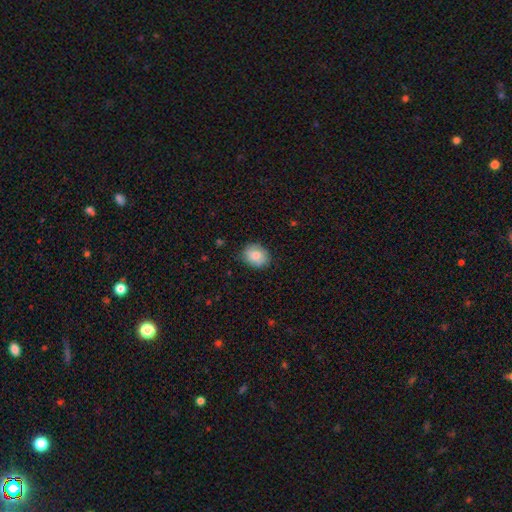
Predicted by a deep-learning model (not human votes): This is likely a smooth galaxy (80%). How rounded: possibly round (54%). Merging: clearly none (80%).